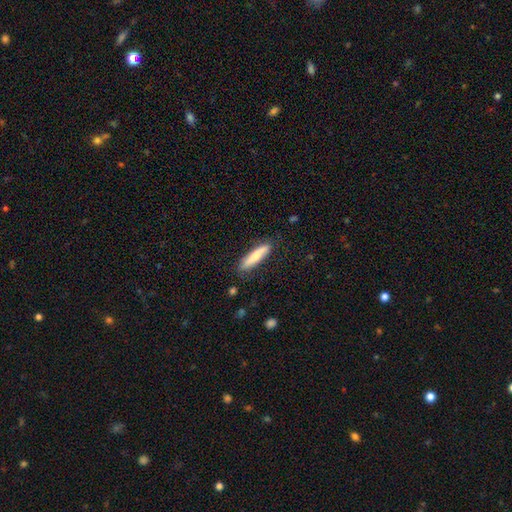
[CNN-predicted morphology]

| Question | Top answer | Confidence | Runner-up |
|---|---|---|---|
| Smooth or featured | smooth | 74% | featured or disk (21%) |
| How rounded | cigar-shaped | 81% | in between (18%) |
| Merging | none | 84% | minor disturbance (12%) |